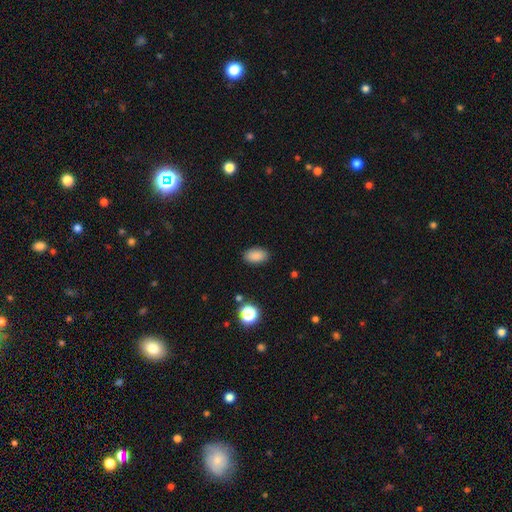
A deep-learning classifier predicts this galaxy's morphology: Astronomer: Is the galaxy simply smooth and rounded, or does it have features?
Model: smooth — 87%.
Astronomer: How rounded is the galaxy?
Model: in between — 91%.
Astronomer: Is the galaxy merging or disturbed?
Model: none — 87%.